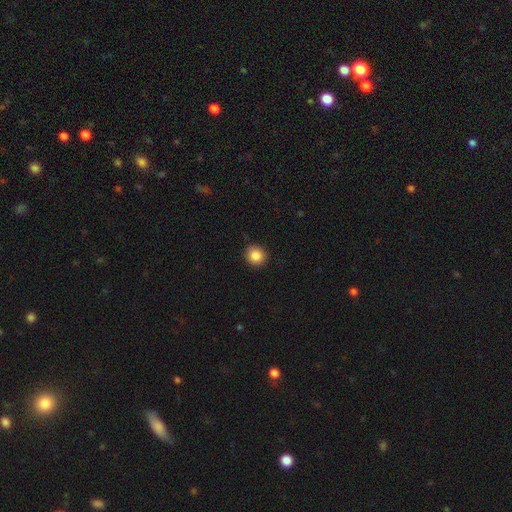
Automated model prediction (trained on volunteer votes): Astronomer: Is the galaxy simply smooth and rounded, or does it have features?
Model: smooth — 86%.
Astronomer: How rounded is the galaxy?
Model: round — 90%.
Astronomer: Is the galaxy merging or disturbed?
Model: none — 89%.